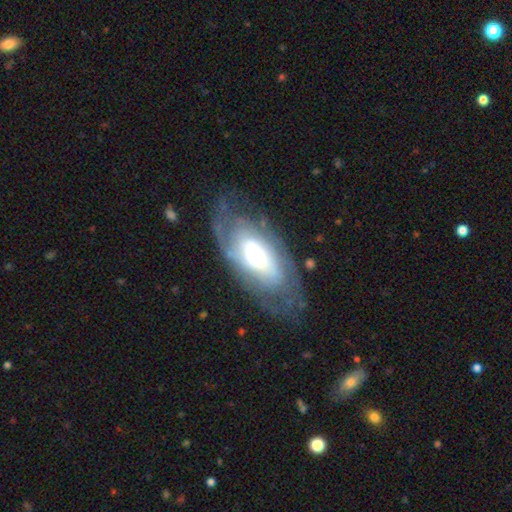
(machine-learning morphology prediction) smooth_or_featured: featured or disk (p=0.69) [alt: smooth p=0.25]
disk_edge_on: no (p=0.88) [alt: yes p=0.12]
bar: no (p=0.53) [alt: weak p=0.30]
has_spiral_arms: yes (p=0.73) [alt: no p=0.27]
bulge_size: moderate (p=0.50) [alt: large p=0.27]
merging: none (p=0.62) [alt: minor disturbance p=0.21]